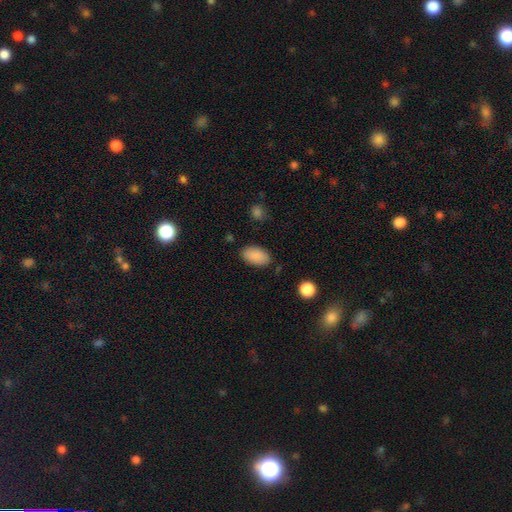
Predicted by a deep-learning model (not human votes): A smooth galaxy with no disk features (89%) that is in between round and cigar-shaped (94%). Merging: none (83%).